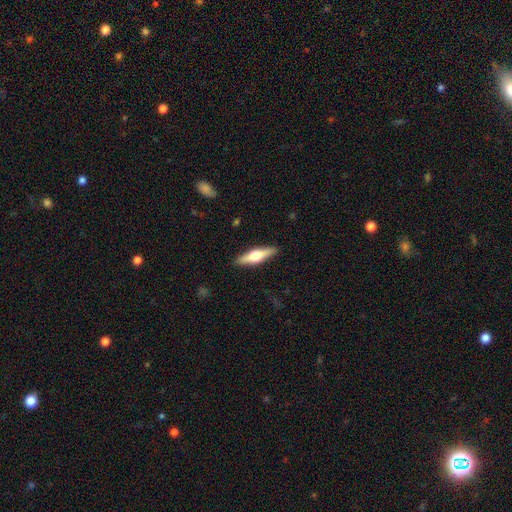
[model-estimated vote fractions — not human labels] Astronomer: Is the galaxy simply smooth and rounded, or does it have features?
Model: featured or disk — 55% (runner-up: smooth, 40%).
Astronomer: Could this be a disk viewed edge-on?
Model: yes — 95%.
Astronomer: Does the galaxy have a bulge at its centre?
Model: rounded — 94%.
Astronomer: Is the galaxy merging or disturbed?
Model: none — 90%.